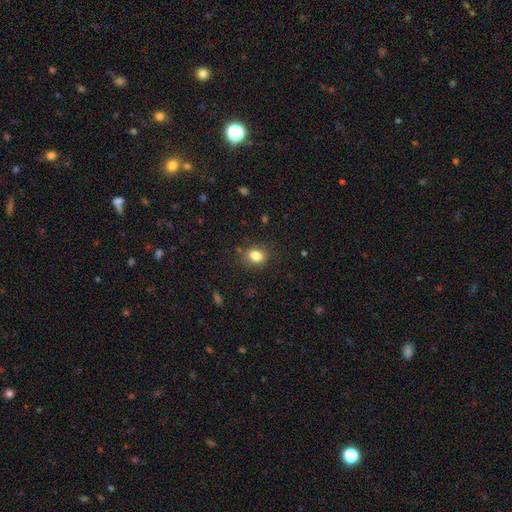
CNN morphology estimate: Smooth or featured? smooth (82%)
How rounded? in between (55%)
Merging? none (82%)